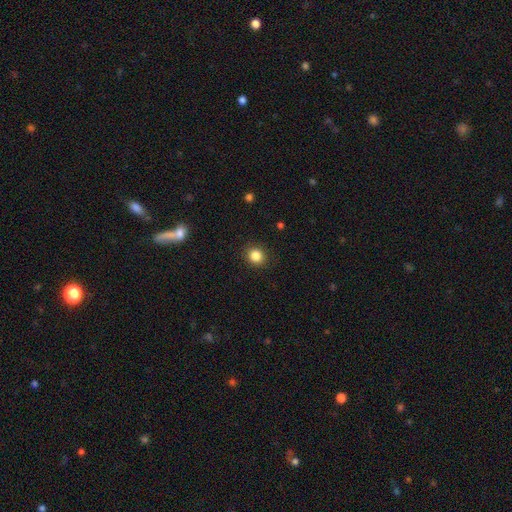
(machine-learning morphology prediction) This is clearly a smooth galaxy (85%). How rounded: clearly round (81%). Merging: clearly none (90%).